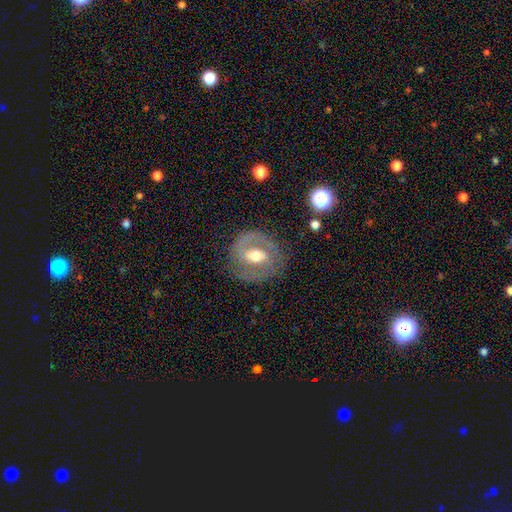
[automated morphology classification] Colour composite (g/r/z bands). It shows a featured or disk galaxy (80%) with a weak bar (49%), 2 (81%) medium (47%) spiral arms (85%) and a moderate central bulge (73%). Merging: none (79%).